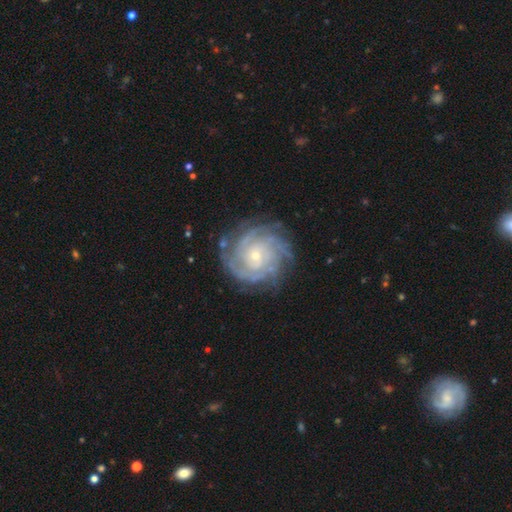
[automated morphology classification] A featured or disk galaxy (88%) with no bar (75%), 4 (27%) tight (80%) spiral arms (98%) and a small central bulge (77%).

Vote fractions:
- Smooth or featured? featured or disk: 88% / star or artifact: 6% / smooth: 6%
- Edge-on disk? no: 98% / yes: 2%
- Bar? no: 75% / weak: 19% / strong: 6%
- Spiral arms? yes: 98% / no: 2%
- Spiral winding? tight: 80% / medium: 18% / loose: 3%
- Spiral arm count? 4: 27% / can't tell: 23% / more than 4: 18% / 3: 16% / 2: 9% / 1: 7%
- Bulge size? small: 77% / moderate: 19% / none: 1% / large: 1% / dominant: 1%
- Merging? none: 80% / minor disturbance: 14% / major disturbance: 5% / merger: 1%